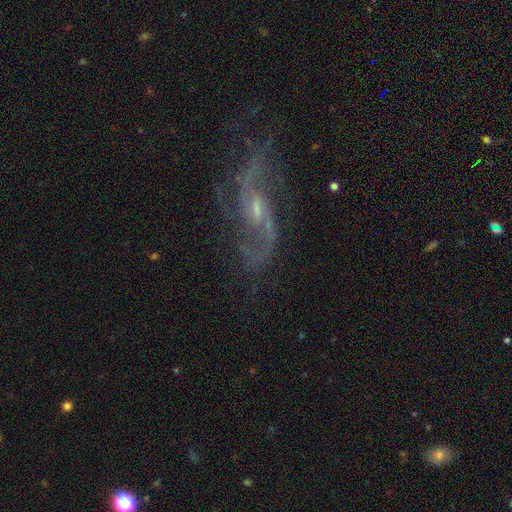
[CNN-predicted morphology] Smooth or featured?
  - featured or disk: 86% *
  - star or artifact: 8%
  - smooth: 6%
Edge-on disk?
  - no: 95% *
  - yes: 5%
Bar?
  - weak: 54% *
  - no: 29%
  - strong: 17%
Spiral arms?
  - yes: 95% *
  - no: 5%
Spiral winding?
  - loose: 51% *
  - medium: 38%
  - tight: 11%
Spiral arm count?
  - 2: 76% *
  - can't tell: 8%
  - 3: 6%
  - 1: 4%
  - 4: 3%
  - more than 4: 3%
Bulge size?
  - small: 60% *
  - moderate: 27%
  - none: 10%
  - large: 2%
  - dominant: 1%
Merging?
  - none: 60% *
  - major disturbance: 18%
  - minor disturbance: 18%
  - merger: 4%